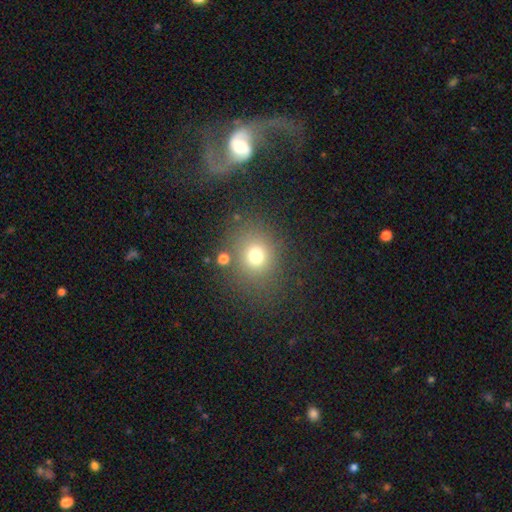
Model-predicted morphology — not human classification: This is likely a smooth galaxy (72%). How rounded: likely round (72%). Merging: likely none (79%).